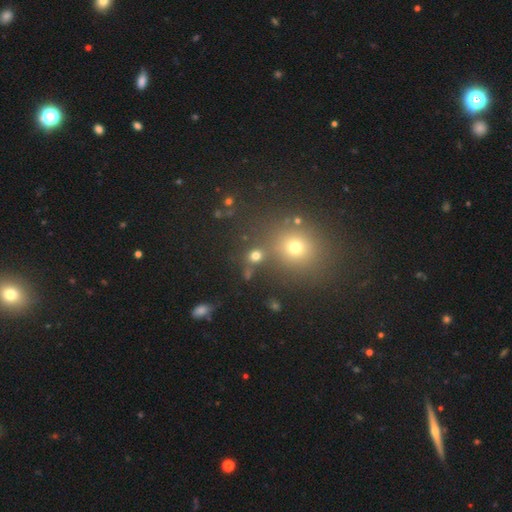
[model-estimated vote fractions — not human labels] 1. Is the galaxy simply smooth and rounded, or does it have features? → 69% smooth, 23% star or artifact, 8% featured or disk.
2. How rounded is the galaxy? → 79% round, 19% in between, 2% cigar-shaped.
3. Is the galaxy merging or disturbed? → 72% none, 16% merger, 8% minor disturbance, 4% major disturbance.